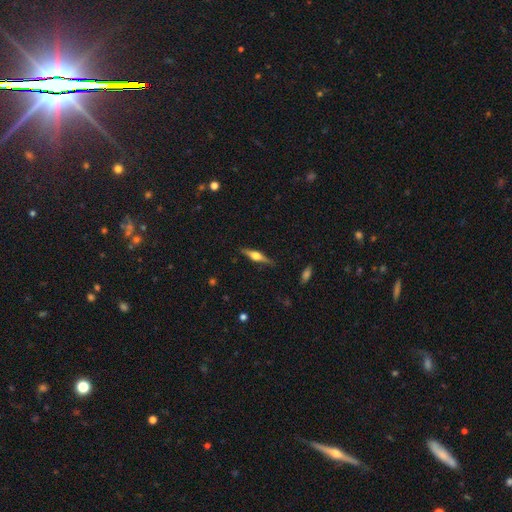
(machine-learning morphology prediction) Q: Smooth or featured?
A: featured or disk (69%); runner-up: smooth (25%)
Q: Edge-on disk?
A: yes (97%); runner-up: no (3%)
Q: Edge-on bulge?
A: rounded (91%); runner-up: boxy (7%)
Q: Merging?
A: none (87%); runner-up: minor disturbance (10%)